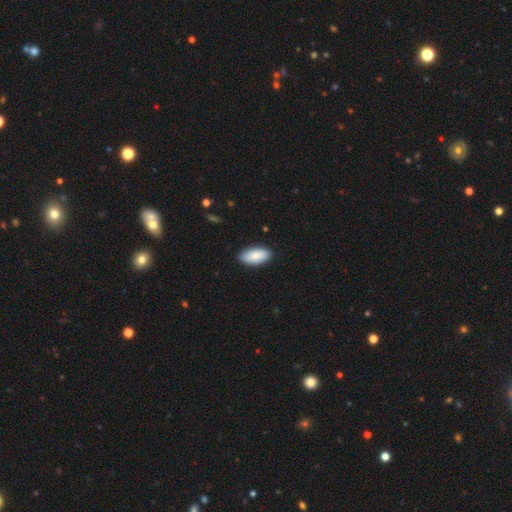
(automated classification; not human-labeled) smooth 86%, featured or disk 8%, star or artifact 6%. Down the decision tree: how rounded — in between (93%); merging — none (89%).